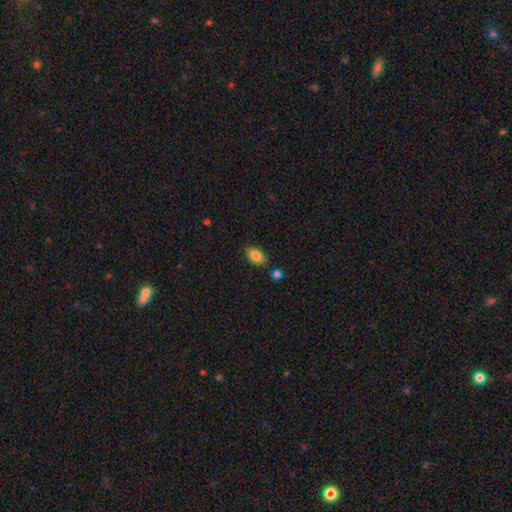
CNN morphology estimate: Smooth or featured? Predicted: smooth (p=0.86). How rounded? Predicted: in between (p=0.91). Merging? Predicted: none (p=0.81).